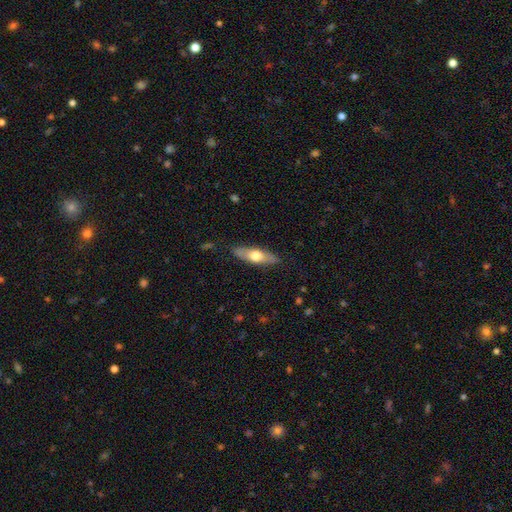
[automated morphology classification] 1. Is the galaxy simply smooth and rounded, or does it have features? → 56% smooth, 39% featured or disk, 5% star or artifact.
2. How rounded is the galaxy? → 52% in between, 45% cigar-shaped, 3% round.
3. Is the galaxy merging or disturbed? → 85% none, 11% minor disturbance, 2% major disturbance, 1% merger.